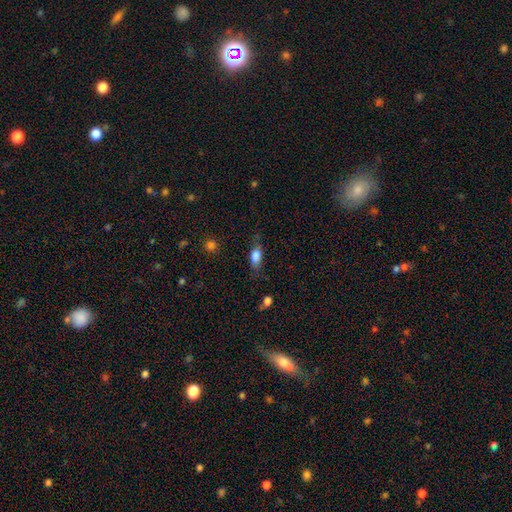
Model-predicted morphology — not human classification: A smooth galaxy with no disk features (79%) that is in between round and cigar-shaped (79%).

Vote fractions:
- Smooth or featured? smooth: 79% / featured or disk: 13% / star or artifact: 9%
- How rounded? in between: 79% / cigar-shaped: 16% / round: 5%
- Merging? none: 64% / minor disturbance: 25% / major disturbance: 9% / merger: 2%